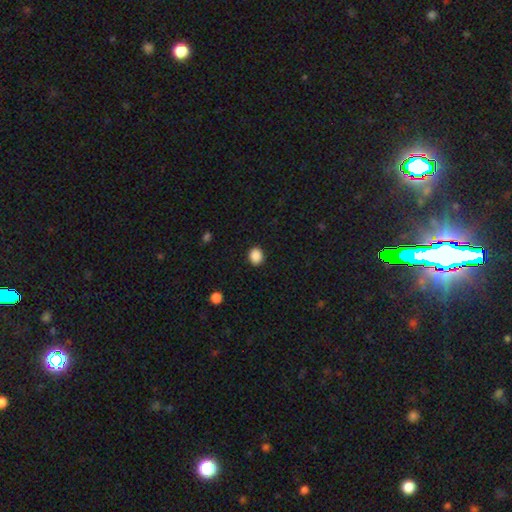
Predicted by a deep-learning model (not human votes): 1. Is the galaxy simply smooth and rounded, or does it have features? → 89% smooth, 9% star or artifact, 2% featured or disk.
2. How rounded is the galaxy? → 69% round, 30% in between, 1% cigar-shaped.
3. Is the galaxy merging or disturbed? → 91% none, 6% minor disturbance, 2% major disturbance, 1% merger.